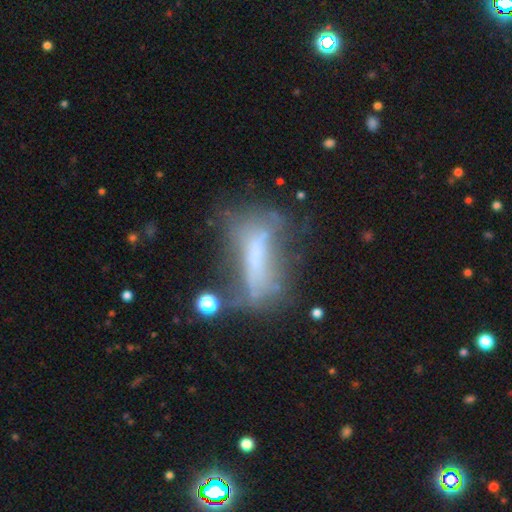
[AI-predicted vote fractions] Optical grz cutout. It shows a featured or disk galaxy (49%). Merging: none (32%, tied with major disturbance).